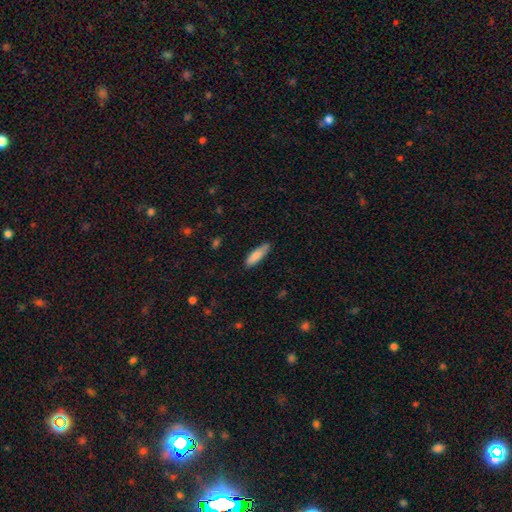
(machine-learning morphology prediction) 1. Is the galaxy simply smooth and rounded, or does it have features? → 85% smooth, 9% featured or disk, 6% star or artifact.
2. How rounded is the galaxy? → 60% cigar-shaped, 38% in between, 1% round.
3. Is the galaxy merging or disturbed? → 78% none, 18% minor disturbance, 3% major disturbance, 2% merger.